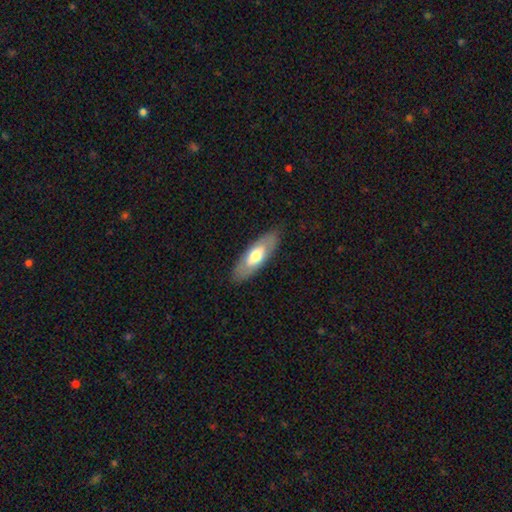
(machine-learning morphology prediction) smooth-or-featured: smooth: 56% | featured or disk: 39% | star or artifact: 5%
  how-rounded: in between: 71% | cigar-shaped: 27% | round: 2%
  merging: none: 84% | minor disturbance: 12% | major disturbance: 3% | merger: 1%